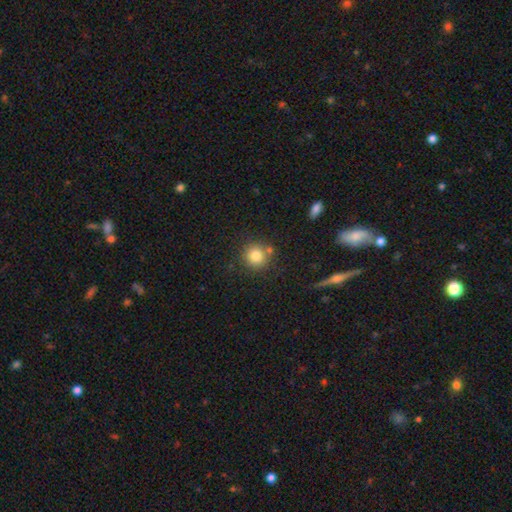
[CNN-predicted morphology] Smooth or featured? Predicted: smooth (p=0.82). How rounded? Predicted: round (p=0.92). Merging? Predicted: none (p=0.77).